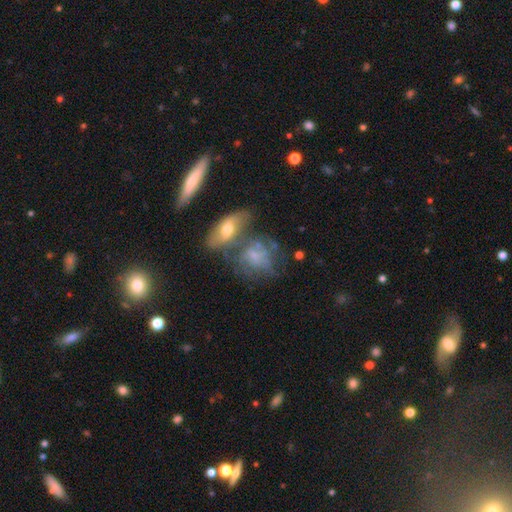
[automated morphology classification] type=featured or disk (46%); merging=merger (41%).